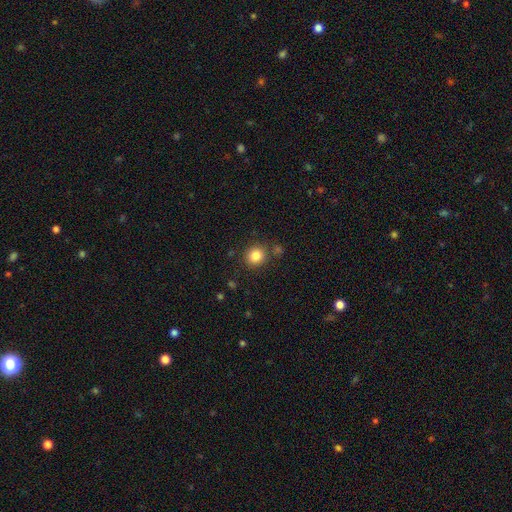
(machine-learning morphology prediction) This is clearly a smooth galaxy (84%). How rounded: clearly round (85%). Merging: clearly none (83%).